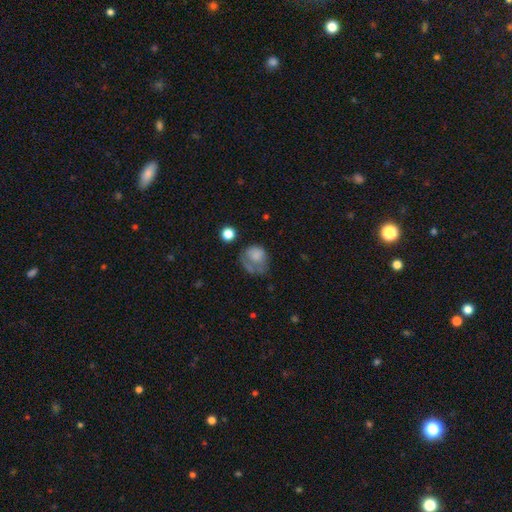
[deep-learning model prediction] This appears to be a smooth galaxy with no disk features (66%) that is round (62%). Merging: major disturbance (34%).